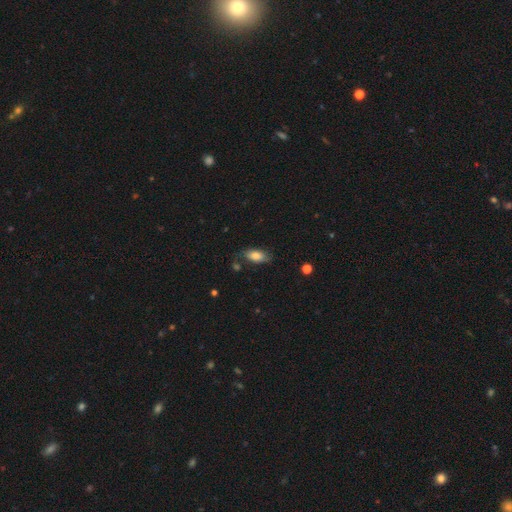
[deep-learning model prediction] A smooth galaxy with no disk features (75%) that is in between round and cigar-shaped (88%).

Vote fractions:
- Smooth or featured? smooth: 75% / featured or disk: 17% / star or artifact: 8%
- How rounded? in between: 88% / cigar-shaped: 9% / round: 4%
- Merging? none: 70% / minor disturbance: 21% / major disturbance: 5% / merger: 3%